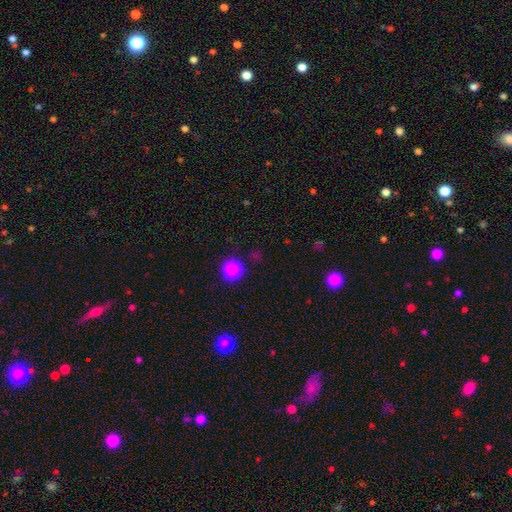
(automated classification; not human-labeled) This appears to be a smooth galaxy with no disk features (50%). Merging: none (82%).